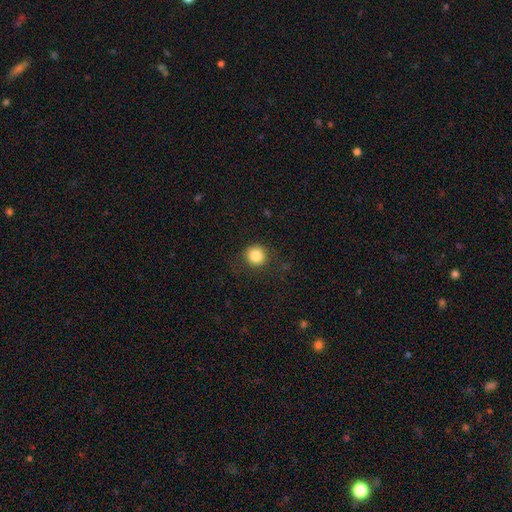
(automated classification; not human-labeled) Smooth or featured: smooth — 84% (star or artifact — 11%)
How rounded: round — 92% (in between — 7%)
Merging: none — 87% (minor disturbance — 9%)